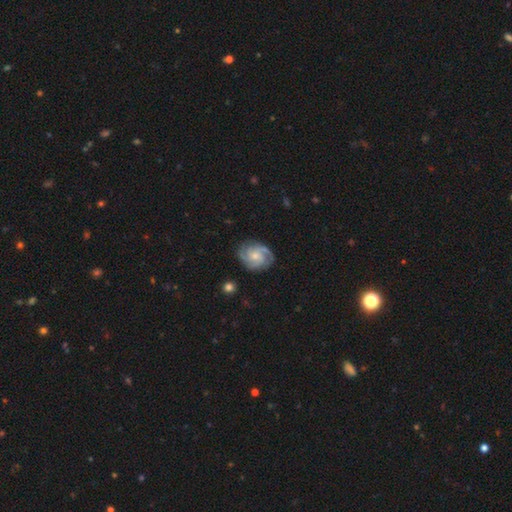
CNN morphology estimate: A featured or disk galaxy (83%) with no bar (66%), 3 (45%) tight (50%) spiral arms (97%) and a small central bulge (49%). Merging: none (79%).